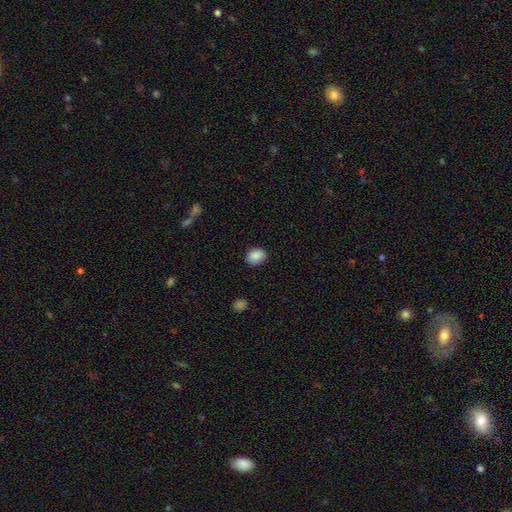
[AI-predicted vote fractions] Smooth or featured? Predicted: smooth (p=0.89). How rounded? Predicted: in between (p=0.69). Merging? Predicted: none (p=0.84).